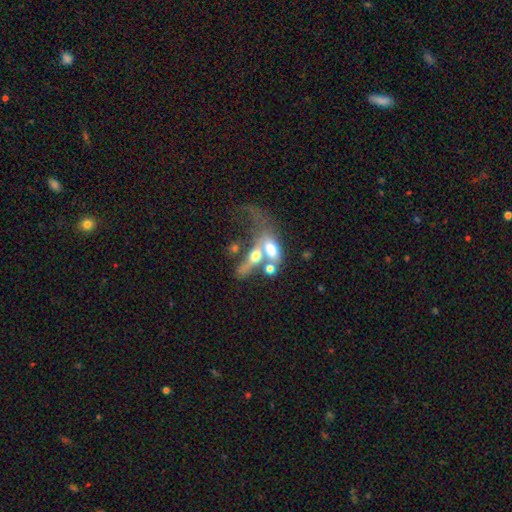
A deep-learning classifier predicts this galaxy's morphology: type=smooth (53%); roundness=in between (70%); merging=merger (62%).